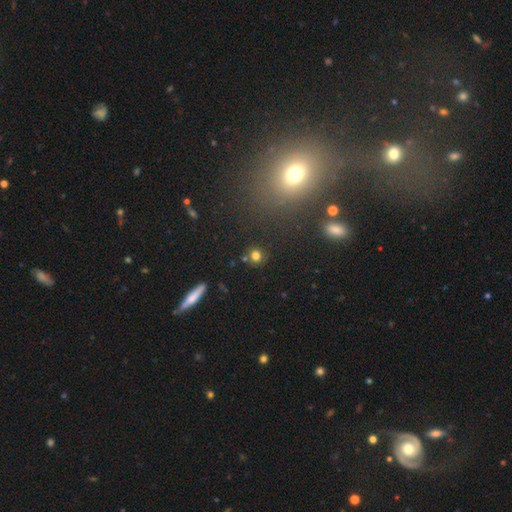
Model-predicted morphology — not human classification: smooth_or_featured: smooth (p=0.77) [alt: star or artifact p=0.17]
how_rounded: round (p=0.89) [alt: in between p=0.09]
merging: none (p=0.82) [alt: minor disturbance p=0.08]